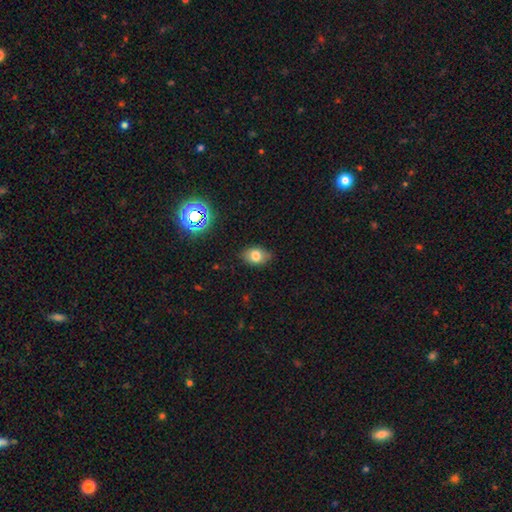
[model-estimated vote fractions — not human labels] Overall: smooth (76%). How rounded: in between (78%). Merging: none (80%).